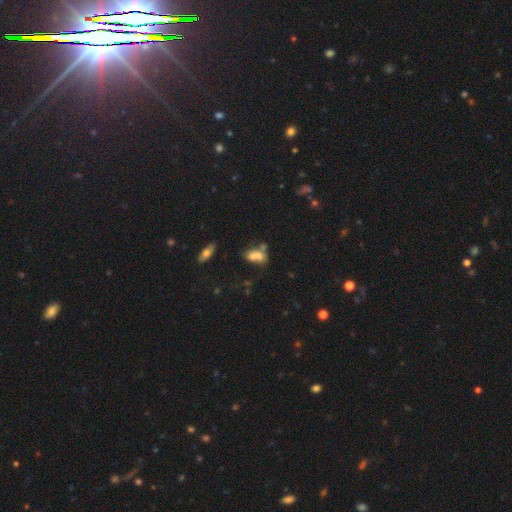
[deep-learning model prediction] The model was most divided on "merging": merger: 38%, none: 33%, minor disturbance: 18%, major disturbance: 11%. More confident: how rounded — in between (85%); smooth or featured — smooth (70%).